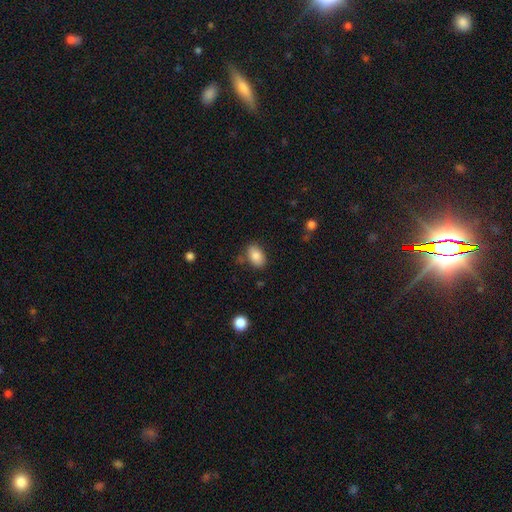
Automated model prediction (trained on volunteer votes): Q: Smooth or featured?
A: smooth (84%); runner-up: featured or disk (9%)
Q: How rounded?
A: in between (87%); runner-up: round (12%)
Q: Merging?
A: none (77%); runner-up: minor disturbance (15%)